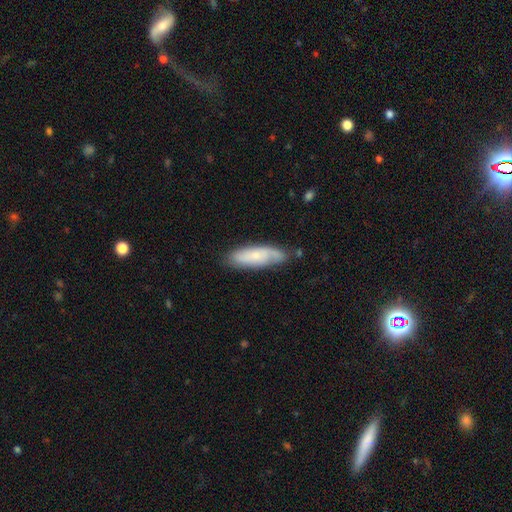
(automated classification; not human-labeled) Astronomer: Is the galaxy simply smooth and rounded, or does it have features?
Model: smooth — 50% (runner-up: featured or disk, 43%).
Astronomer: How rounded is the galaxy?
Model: in between — 59% (runner-up: cigar-shaped, 39%).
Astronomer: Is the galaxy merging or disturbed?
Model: none — 69%.